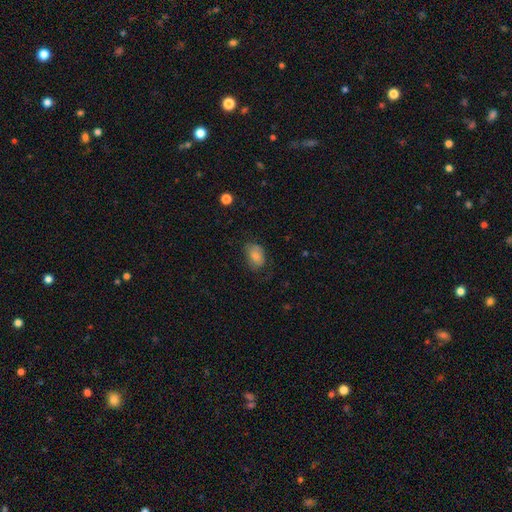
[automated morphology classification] Smooth or featured? smooth (79%)
How rounded? in between (78%)
Merging? none (60%)